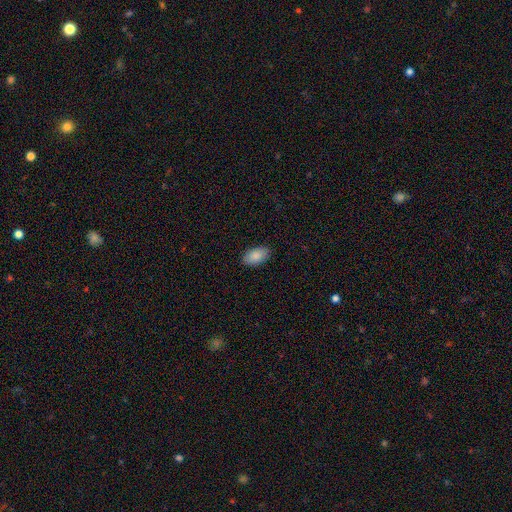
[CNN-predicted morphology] Smooth or featured?
  - smooth: 88% *
  - star or artifact: 6%
  - featured or disk: 6%
How rounded?
  - in between: 94% *
  - round: 4%
  - cigar-shaped: 2%
Merging?
  - none: 89% *
  - minor disturbance: 9%
  - major disturbance: 2%
  - merger: 1%